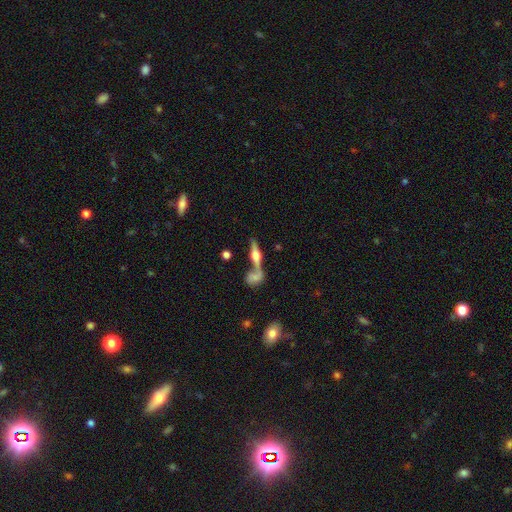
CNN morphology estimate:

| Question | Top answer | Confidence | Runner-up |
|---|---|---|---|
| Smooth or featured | featured or disk | 69% | smooth (24%) |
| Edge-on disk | yes | 94% | no (6%) |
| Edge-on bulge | rounded | 94% | boxy (4%) |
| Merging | none | 58% | merger (28%) |